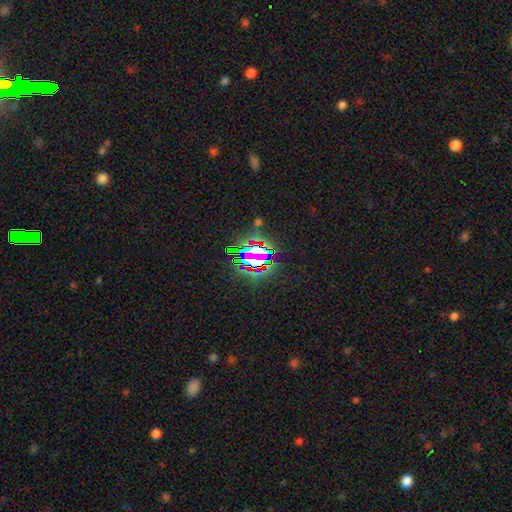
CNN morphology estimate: This is likely a star or artifact rather than a galaxy (75%).